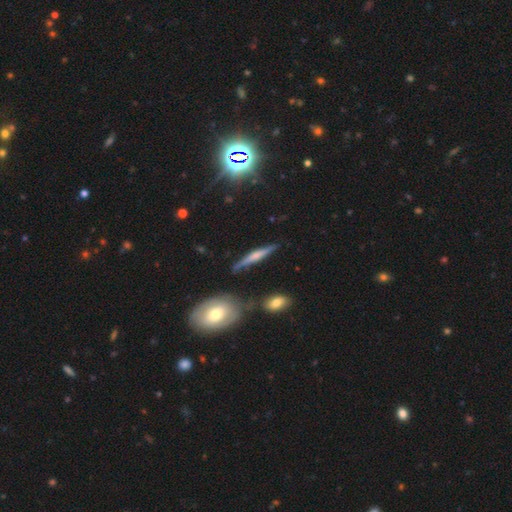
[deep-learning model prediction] This appears to be a featured or disk galaxy (62%) viewed edge-on (95%) with a rounded central bulge (62%). Merging: none (79%).